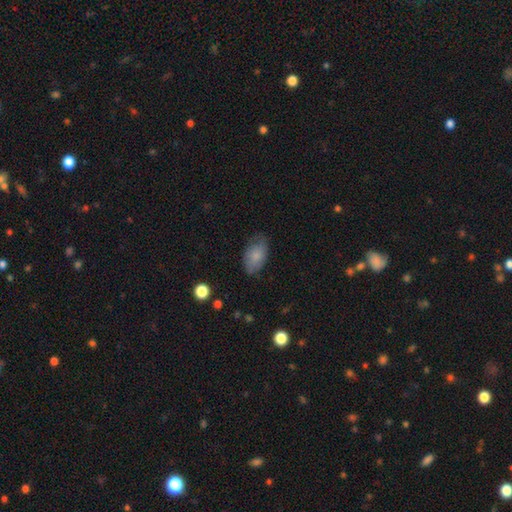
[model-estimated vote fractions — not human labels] Smooth or featured: smooth — 78% (featured or disk — 15%)
How rounded: in between — 92% (round — 6%)
Merging: none — 68% (minor disturbance — 25%)